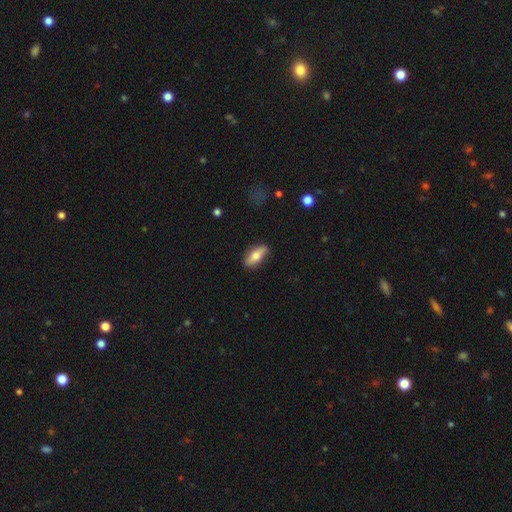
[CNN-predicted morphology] This is likely a smooth galaxy (64%). How rounded: likely in between (73%). Merging: clearly none (82%).